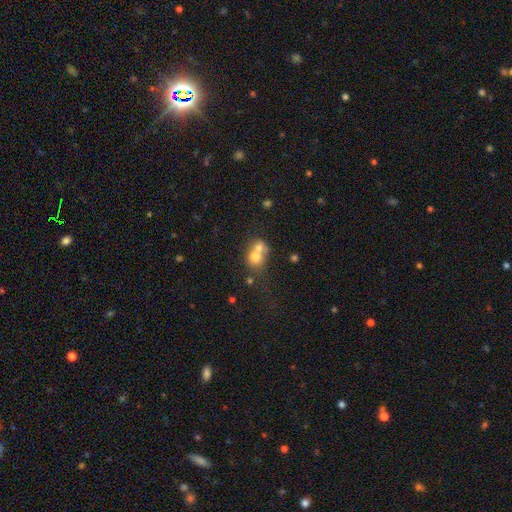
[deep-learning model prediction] A smooth galaxy with no disk features (68%) that is round (71%). Merging: merger (67%).